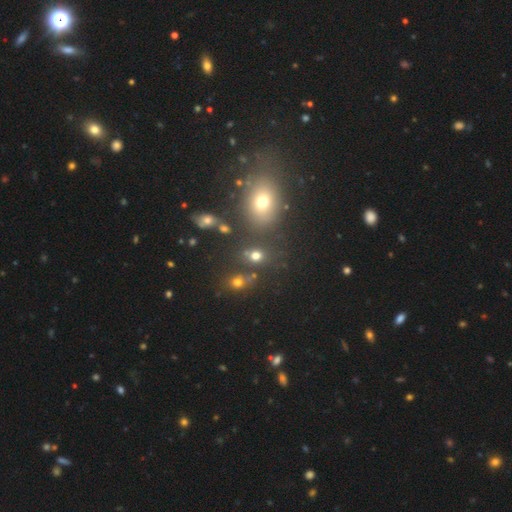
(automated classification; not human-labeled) Q: Smooth or featured?
A: smooth (70%); runner-up: star or artifact (21%)
Q: How rounded?
A: round (65%); runner-up: in between (33%)
Q: Merging?
A: none (68%); runner-up: merger (16%)